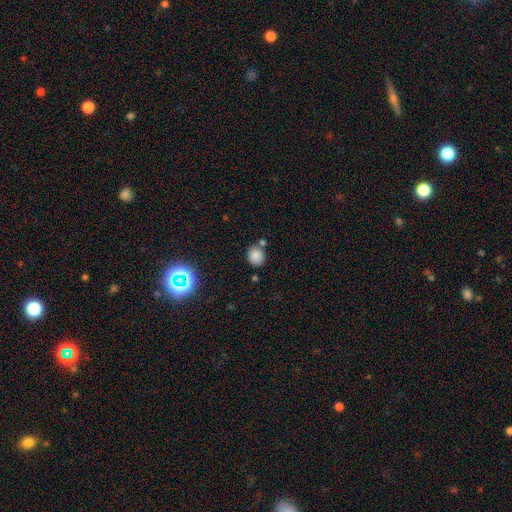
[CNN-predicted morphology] A smooth galaxy with no disk features (82%) that is round (69%). Merging: none (70%).